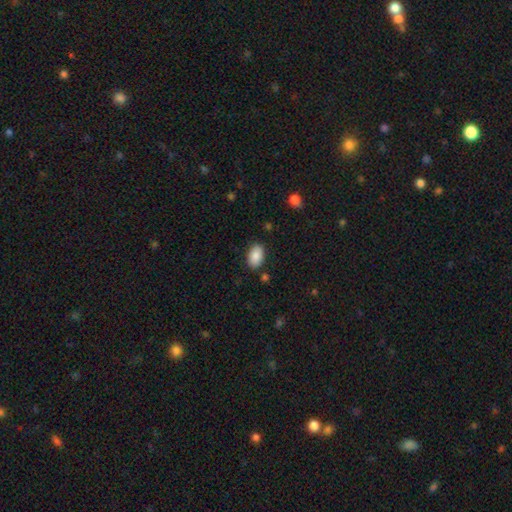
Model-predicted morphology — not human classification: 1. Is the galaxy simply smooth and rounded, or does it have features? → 87% smooth, 7% star or artifact, 6% featured or disk.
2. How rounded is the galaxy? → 92% in between, 7% round, 1% cigar-shaped.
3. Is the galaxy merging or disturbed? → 85% none, 11% minor disturbance, 2% major disturbance, 2% merger.